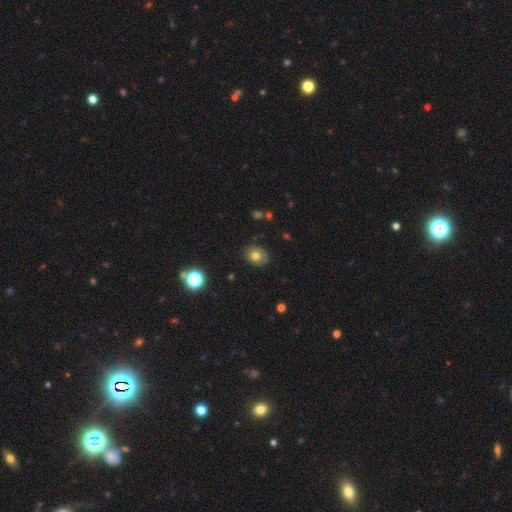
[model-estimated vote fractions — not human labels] The model was most divided on "how rounded": round: 51%, in between: 48%, cigar-shaped: 1%. More confident: merging — none (82%); smooth or featured — smooth (70%).